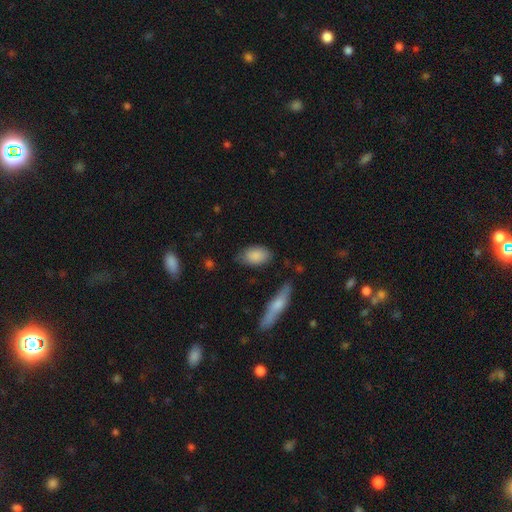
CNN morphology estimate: Smooth or featured: smooth — 86% (featured or disk — 8%)
How rounded: in between — 91% (round — 5%)
Merging: none — 74% (minor disturbance — 19%)